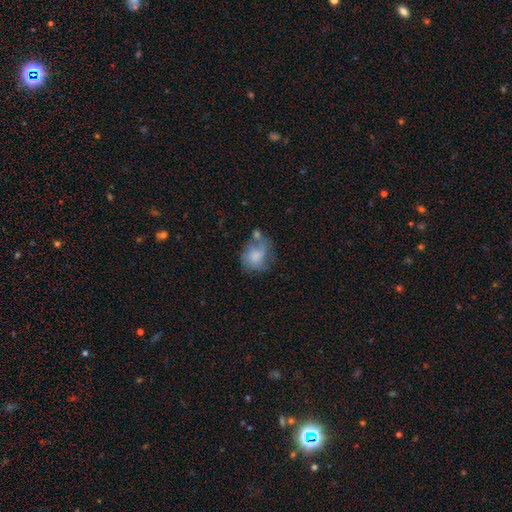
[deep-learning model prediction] The model was most divided on "merging": none: 35%, minor disturbance: 27%, major disturbance: 22%, merger: 16%. More confident: smooth or featured — smooth (62%); how rounded — round (59%).